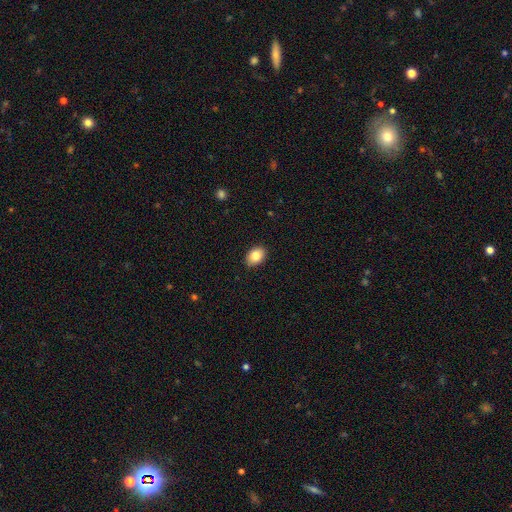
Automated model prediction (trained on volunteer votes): A smooth galaxy with no disk features (83%) that is in between round and cigar-shaped (76%).

Vote fractions:
- Smooth or featured? smooth: 83% / featured or disk: 9% / star or artifact: 8%
- How rounded? in between: 76% / round: 22% / cigar-shaped: 1%
- Merging? none: 88% / minor disturbance: 9% / major disturbance: 2% / merger: 1%